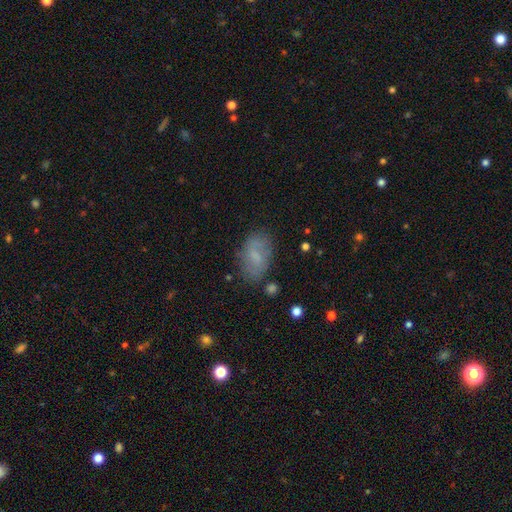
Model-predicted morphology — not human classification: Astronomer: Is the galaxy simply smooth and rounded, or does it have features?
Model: smooth — 63%.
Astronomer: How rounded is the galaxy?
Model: in between — 90%.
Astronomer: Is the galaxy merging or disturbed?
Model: none — 71%.